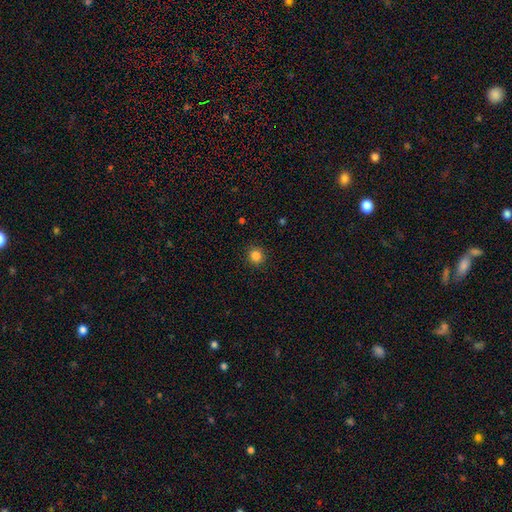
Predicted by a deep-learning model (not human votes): Overall: smooth (84%). How rounded: round (92%). Merging: none (91%).